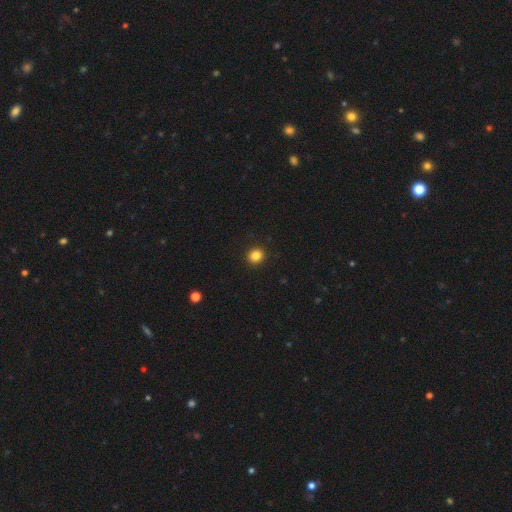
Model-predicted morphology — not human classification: smooth_or_featured: smooth (p=0.85) [alt: star or artifact p=0.11]
how_rounded: round (p=0.86) [alt: in between p=0.13]
merging: none (p=0.93) [alt: minor disturbance p=0.05]